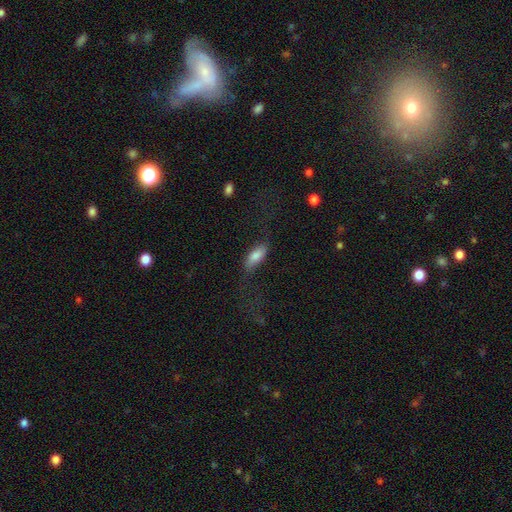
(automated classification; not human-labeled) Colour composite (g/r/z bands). It shows a smooth galaxy with no disk features (76%) that is in between round and cigar-shaped (79%). Merging: none (59%).